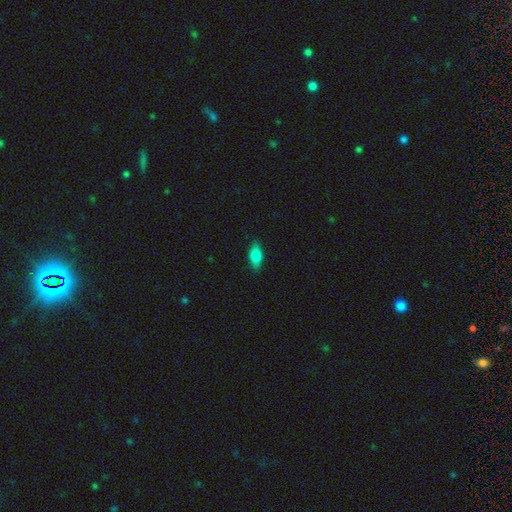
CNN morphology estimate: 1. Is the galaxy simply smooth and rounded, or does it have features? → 76% smooth, 17% featured or disk, 7% star or artifact.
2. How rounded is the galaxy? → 83% in between, 13% cigar-shaped, 4% round.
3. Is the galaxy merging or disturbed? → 85% none, 12% minor disturbance, 2% major disturbance, 1% merger.